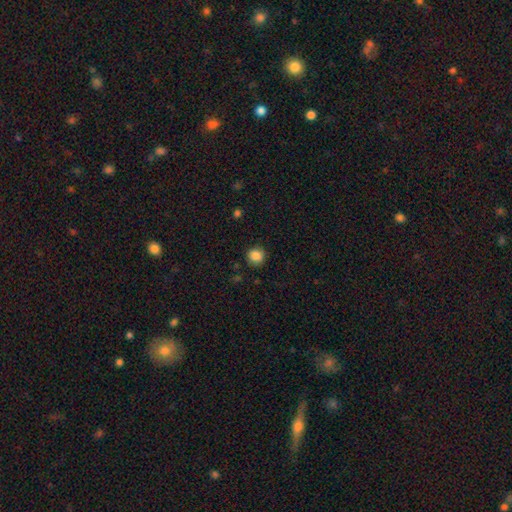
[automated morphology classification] Smooth or featured: smooth — 86% (star or artifact — 10%)
How rounded: round — 92% (in between — 7%)
Merging: none — 90% (minor disturbance — 7%)